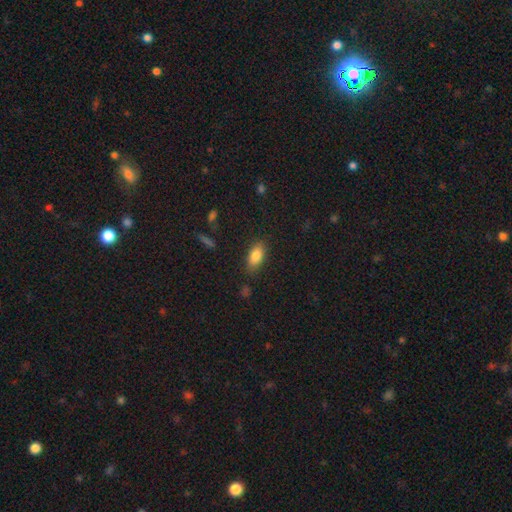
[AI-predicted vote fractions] Q: Smooth or featured?
A: smooth (84%); runner-up: star or artifact (8%)
Q: How rounded?
A: in between (88%); runner-up: cigar-shaped (8%)
Q: Merging?
A: none (83%); runner-up: minor disturbance (13%)